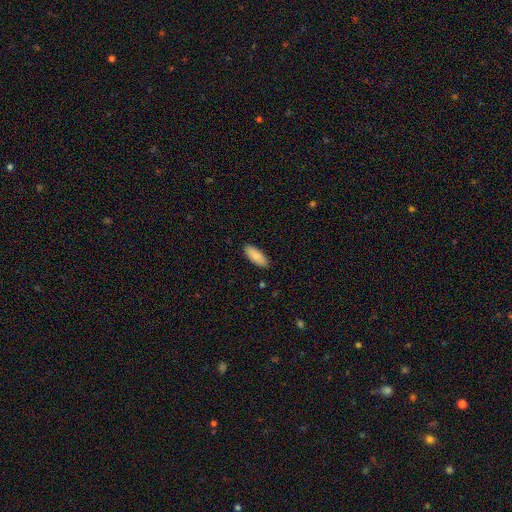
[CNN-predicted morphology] Smooth or featured: smooth — 88% (featured or disk — 6%)
How rounded: in between — 79% (cigar-shaped — 19%)
Merging: none — 89% (minor disturbance — 8%)